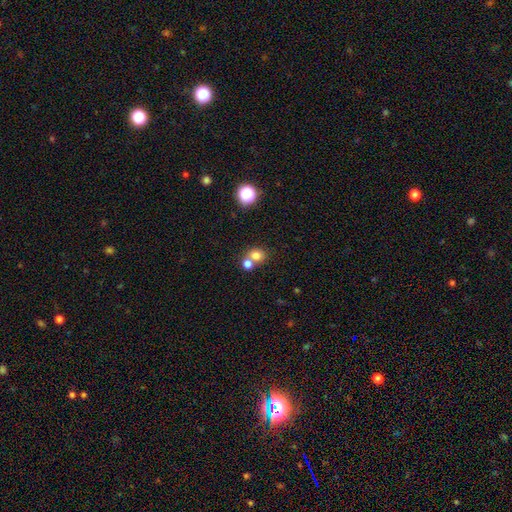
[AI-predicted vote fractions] Morphology: type=smooth (78%); roundness=round (71%); merging=merger (46%).